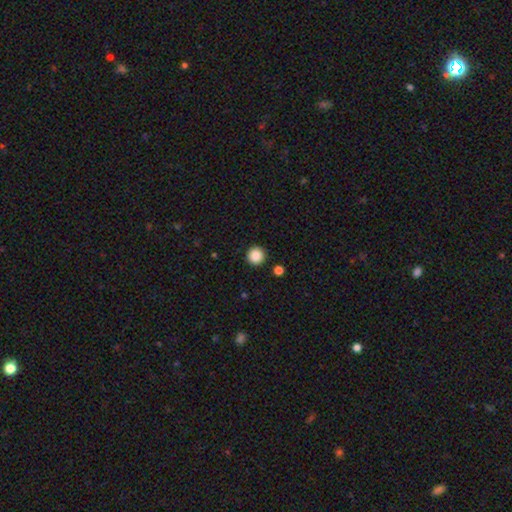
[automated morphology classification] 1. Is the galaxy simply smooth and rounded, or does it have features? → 88% smooth, 10% star or artifact, 3% featured or disk.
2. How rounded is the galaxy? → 96% round, 4% in between, 1% cigar-shaped.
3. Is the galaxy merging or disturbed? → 92% none, 4% minor disturbance, 2% major disturbance, 2% merger.